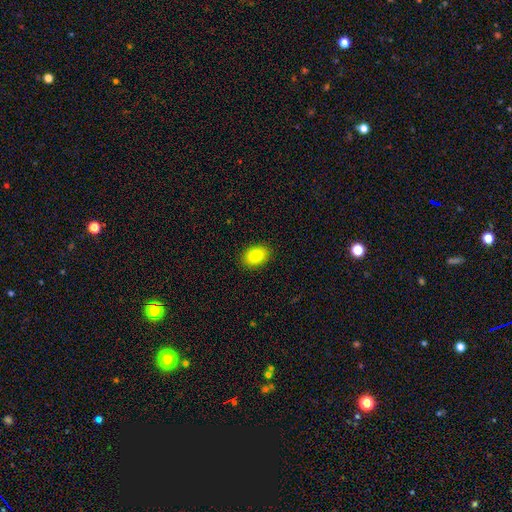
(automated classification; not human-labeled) Smooth or featured? smooth (87%)
How rounded? in between (85%)
Merging? none (89%)